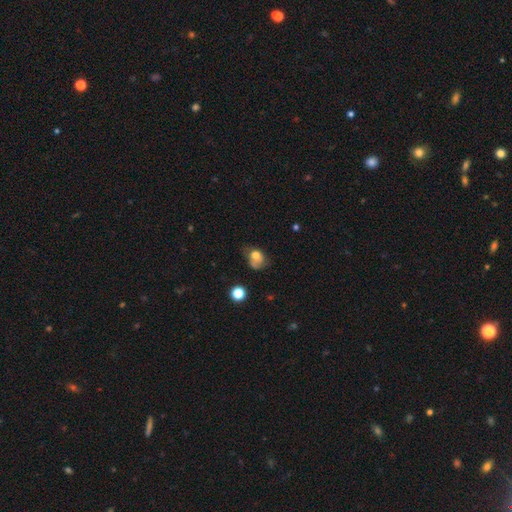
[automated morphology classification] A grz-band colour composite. It shows a smooth galaxy with no disk features (64%) that is in between round and cigar-shaped (55%). Merging: minor disturbance (31%, tied with none).